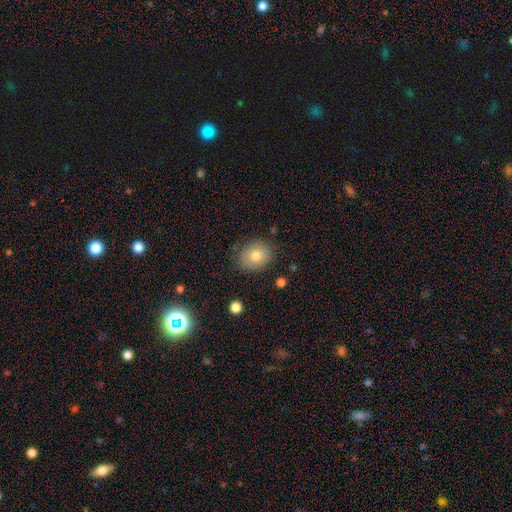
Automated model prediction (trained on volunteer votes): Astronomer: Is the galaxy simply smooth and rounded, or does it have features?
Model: smooth — 79%.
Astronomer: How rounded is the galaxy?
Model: round — 53% (runner-up: in between, 46%).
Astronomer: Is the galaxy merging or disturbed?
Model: none — 81%.